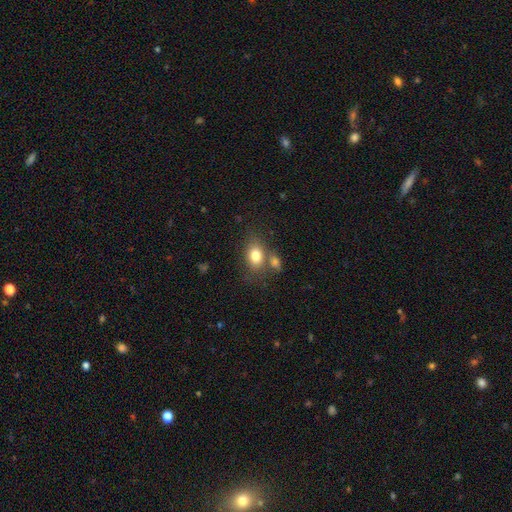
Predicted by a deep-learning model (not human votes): This appears to be a smooth galaxy with no disk features (79%) that is in between round and cigar-shaped (73%). Merging: none (54%).